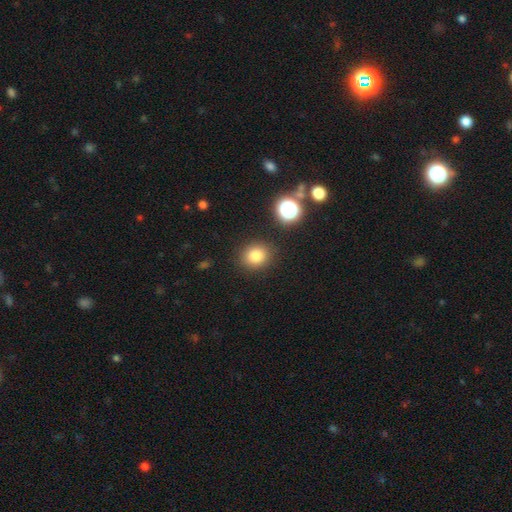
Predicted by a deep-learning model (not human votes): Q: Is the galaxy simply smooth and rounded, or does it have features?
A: smooth — 82%.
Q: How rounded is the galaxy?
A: round — 74%.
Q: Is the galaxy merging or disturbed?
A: none — 86%.